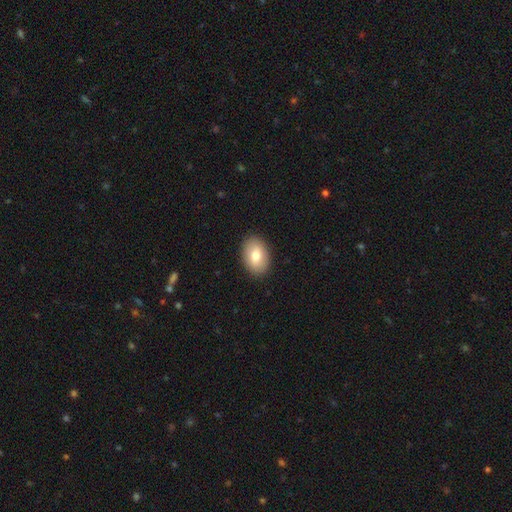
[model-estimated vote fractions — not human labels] Overall: smooth (78%). How rounded: in between (86%). Merging: none (90%).